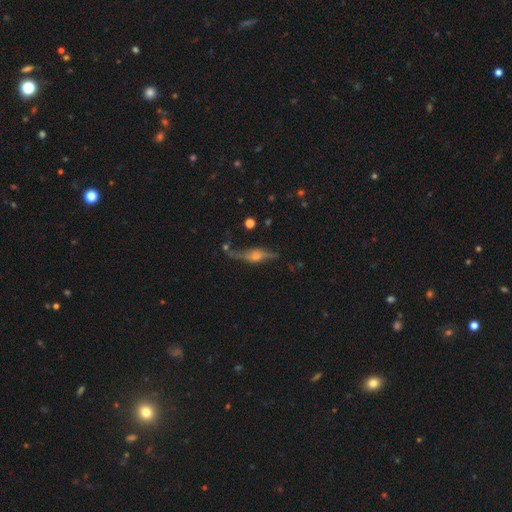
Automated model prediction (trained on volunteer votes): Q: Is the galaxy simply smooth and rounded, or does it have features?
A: featured or disk — 75%.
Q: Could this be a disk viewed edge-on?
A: yes — 79%.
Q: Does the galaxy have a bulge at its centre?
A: rounded — 90%.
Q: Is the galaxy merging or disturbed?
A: none — 62%.